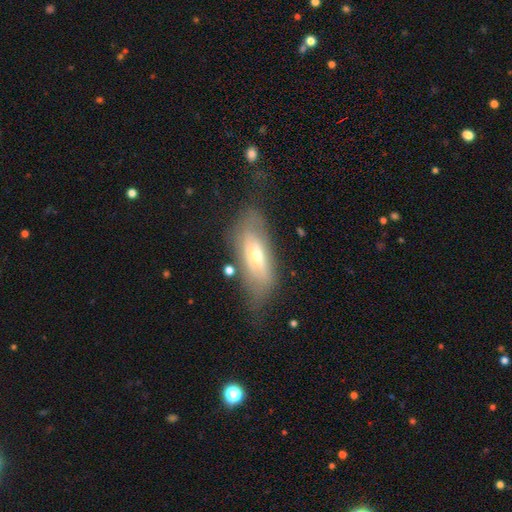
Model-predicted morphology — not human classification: Smooth or featured: featured or disk — 51% (smooth — 40%)
Edge-on disk: no — 65% (yes — 35%)
Merging: none — 59% (minor disturbance — 25%)